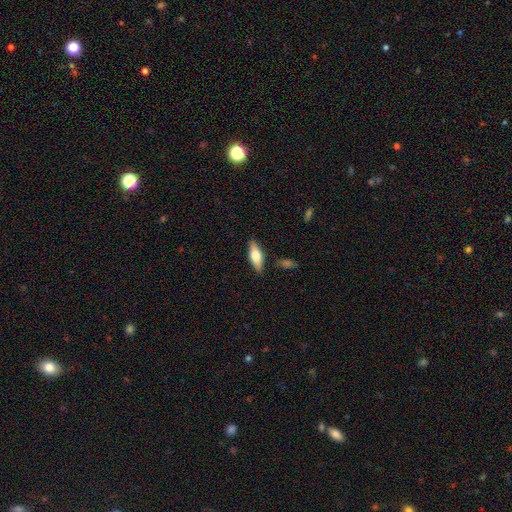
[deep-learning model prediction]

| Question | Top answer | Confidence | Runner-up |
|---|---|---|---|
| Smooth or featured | smooth | 54% | featured or disk (39%) |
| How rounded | in between | 62% | cigar-shaped (35%) |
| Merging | none | 85% | minor disturbance (10%) |